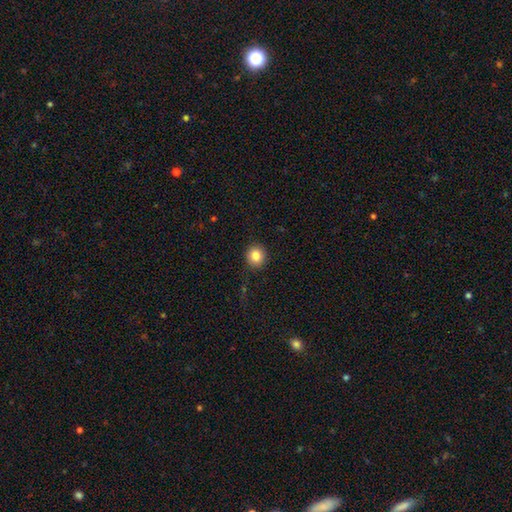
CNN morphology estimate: Smooth or featured: smooth — 82% (star or artifact — 10%)
How rounded: round — 89% (in between — 10%)
Merging: none — 91% (minor disturbance — 6%)